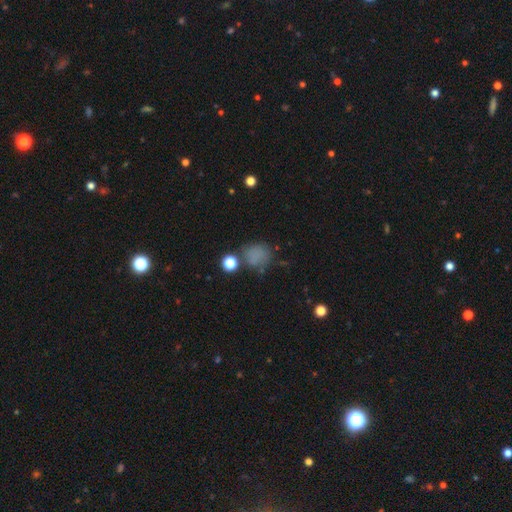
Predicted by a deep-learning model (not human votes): Smooth or featured? smooth (73%)
How rounded? round (75%)
Merging? none (58%)